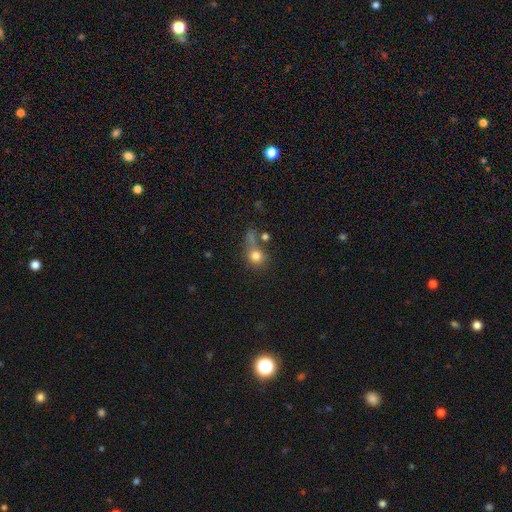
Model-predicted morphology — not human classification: Smooth or featured?
  - smooth: 76% *
  - star or artifact: 12%
  - featured or disk: 11%
How rounded?
  - round: 81% *
  - in between: 17%
  - cigar-shaped: 2%
Merging?
  - none: 43% *
  - merger: 27%
  - major disturbance: 15%
  - minor disturbance: 15%